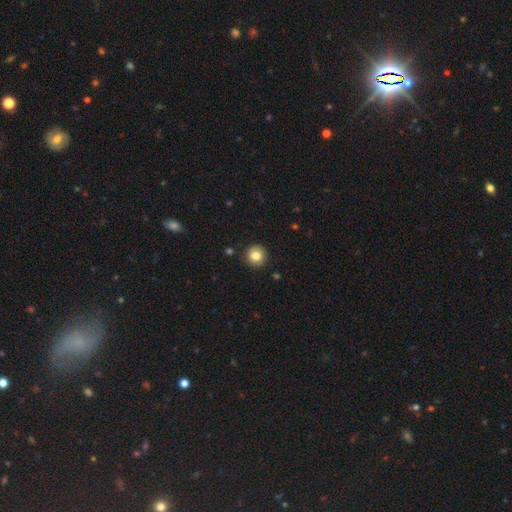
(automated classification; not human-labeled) Smooth or featured? smooth (83%)
How rounded? round (92%)
Merging? none (90%)